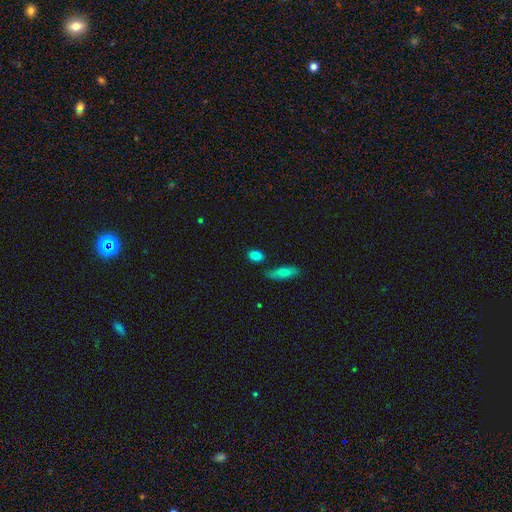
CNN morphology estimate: Q: Smooth or featured?
A: smooth (85%); runner-up: star or artifact (9%)
Q: How rounded?
A: in between (72%); runner-up: round (23%)
Q: Merging?
A: none (77%); runner-up: minor disturbance (13%)